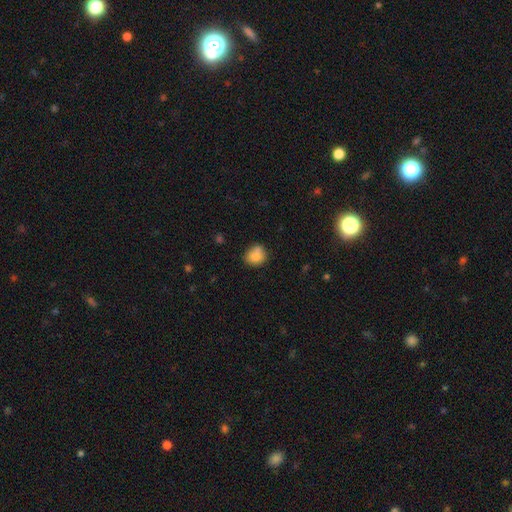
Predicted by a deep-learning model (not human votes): The model was most divided on "merging": none: 61%, minor disturbance: 20%, merger: 14%, major disturbance: 5%. More confident: smooth or featured — smooth (80%); how rounded — round (73%).